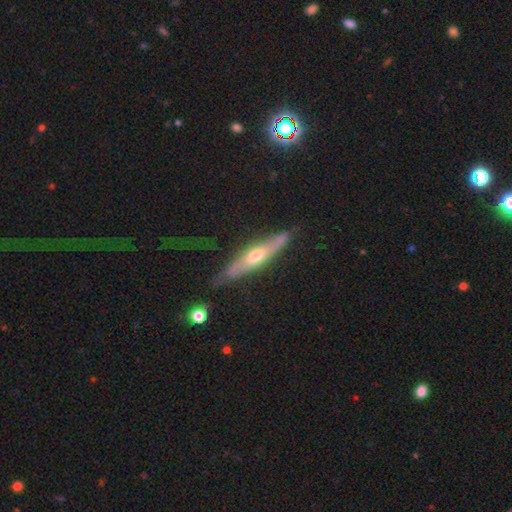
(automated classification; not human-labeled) Smooth or featured: featured or disk — 59% (smooth — 35%)
Edge-on disk: yes — 75% (no — 25%)
Merging: none — 65% (minor disturbance — 24%)